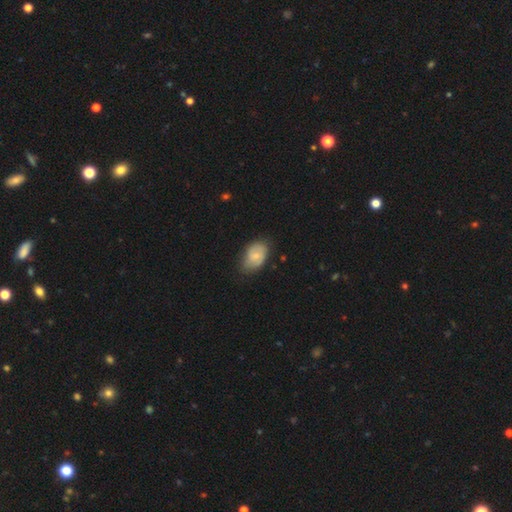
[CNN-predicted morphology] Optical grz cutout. It shows a smooth galaxy with no disk features (65%) that is in between round and cigar-shaped (86%). Merging: none (66%).